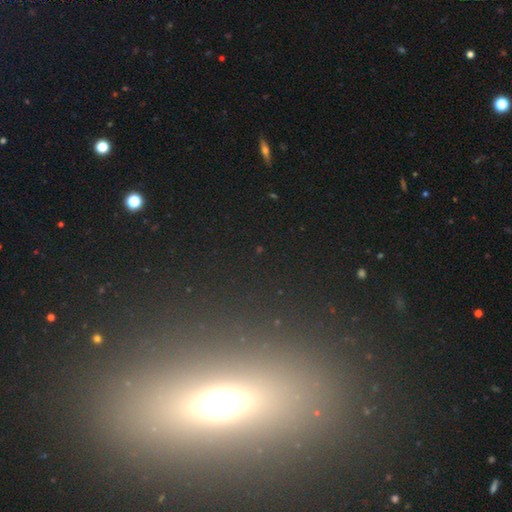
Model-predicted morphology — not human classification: smooth 37%, star or artifact 35%, featured or disk 28%. Down the decision tree: merging — none (85%).